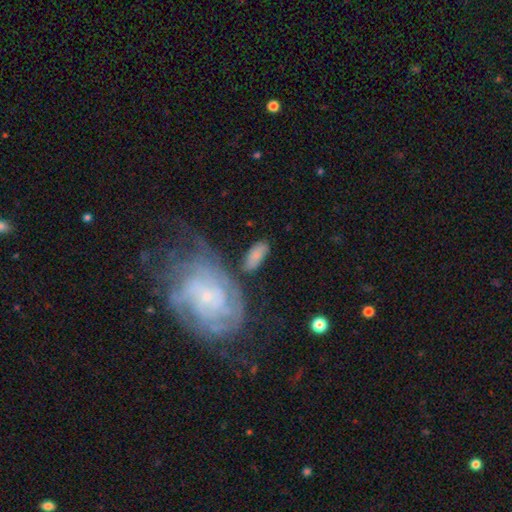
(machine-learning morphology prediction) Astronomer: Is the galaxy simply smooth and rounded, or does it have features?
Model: smooth — 70%.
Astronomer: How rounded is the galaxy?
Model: in between — 86%.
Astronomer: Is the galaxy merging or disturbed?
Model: none — 63%.